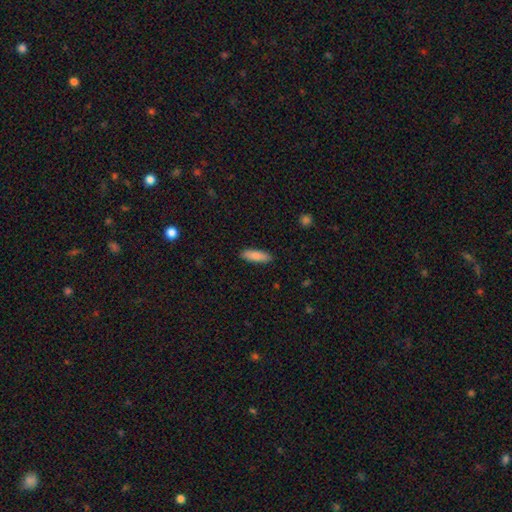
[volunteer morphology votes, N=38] A smooth galaxy with no disk features (92%) that is in between round and cigar-shaped (54%).

Vote fractions:
- Smooth or featured? smooth: 92% / featured or disk: 5% / star or artifact: 3%
- How rounded? in between: 54% / cigar-shaped: 46% / round: 0%
- Merging? none: 97% / major disturbance: 3% / minor disturbance: 0% / merger: 0%